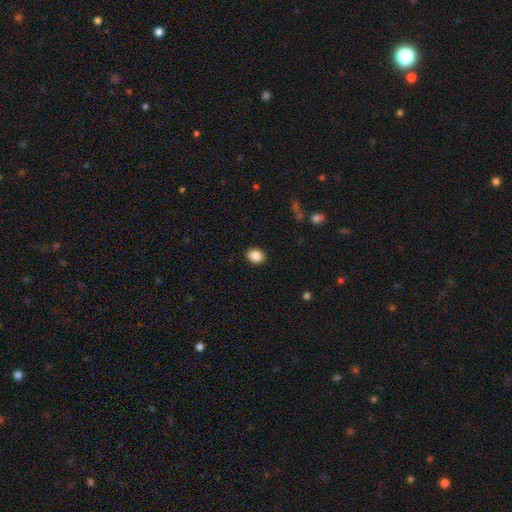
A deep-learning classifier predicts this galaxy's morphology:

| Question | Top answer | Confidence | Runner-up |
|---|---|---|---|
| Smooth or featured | smooth | 88% | star or artifact (9%) |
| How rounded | round | 54% | in between (45%) |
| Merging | none | 90% | minor disturbance (7%) |